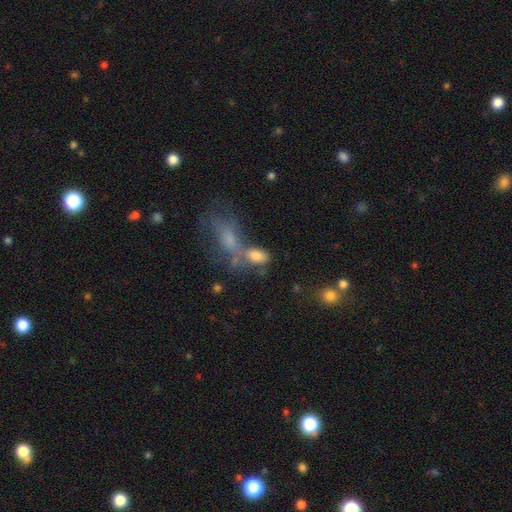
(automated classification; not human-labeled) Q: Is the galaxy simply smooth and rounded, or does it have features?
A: smooth — 72%.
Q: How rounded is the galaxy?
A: in between — 85%.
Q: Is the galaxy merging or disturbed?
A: merger — 40%.